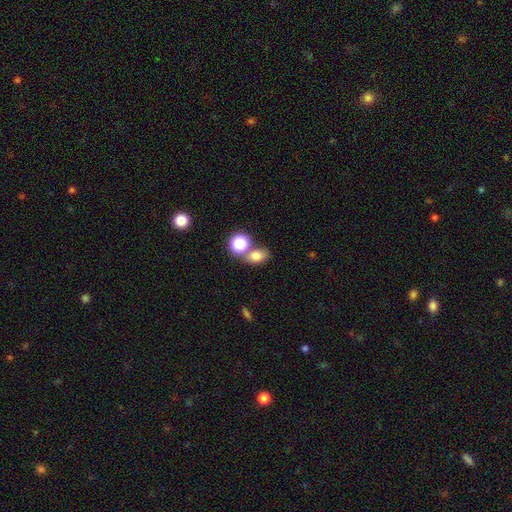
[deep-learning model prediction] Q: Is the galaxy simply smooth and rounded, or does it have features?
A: smooth — 75%.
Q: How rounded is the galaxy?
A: in between — 65%.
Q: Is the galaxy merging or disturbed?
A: none — 52%.